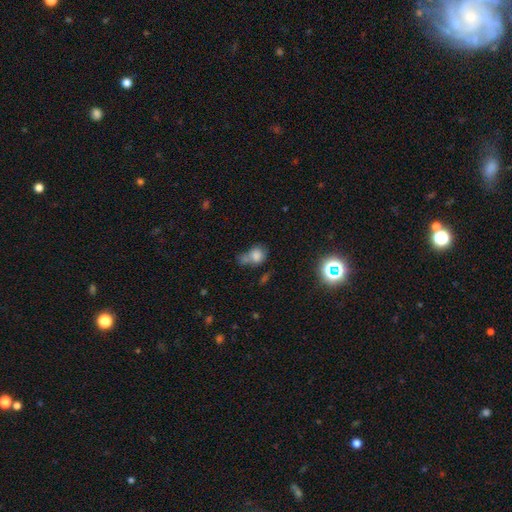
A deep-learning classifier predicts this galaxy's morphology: A smooth galaxy with no disk features (76%) that is round (55%). Merging: merger (40%).